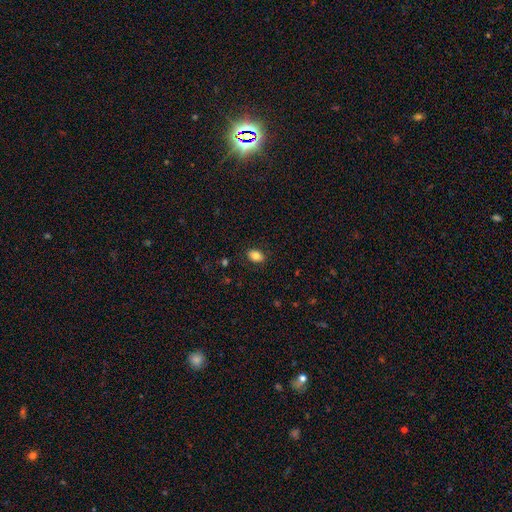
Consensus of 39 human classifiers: This appears to be a smooth galaxy with no disk features (87%) that is in between round and cigar-shaped (85%). Merging: none (86%).